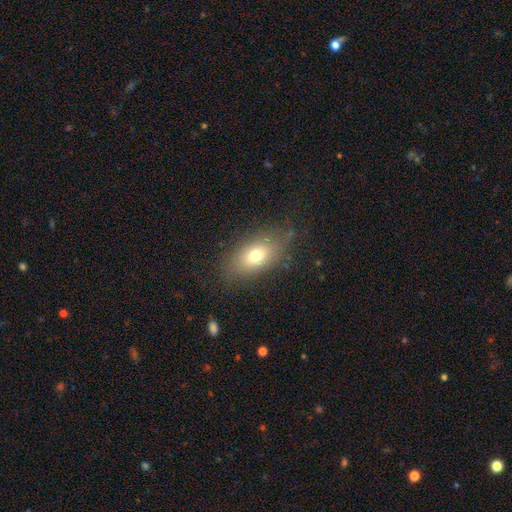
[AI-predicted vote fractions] Smooth or featured? smooth (71%)
How rounded? in between (84%)
Merging? none (77%)